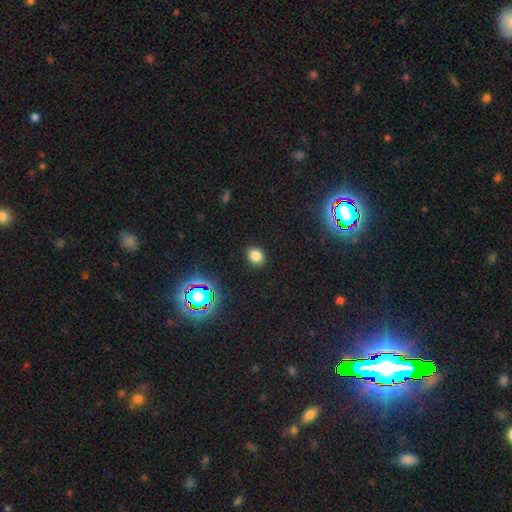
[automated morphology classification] smooth_or_featured: smooth (p=0.78) [alt: star or artifact p=0.16]
how_rounded: round (p=0.64) [alt: in between p=0.35]
merging: none (p=0.89) [alt: minor disturbance p=0.08]